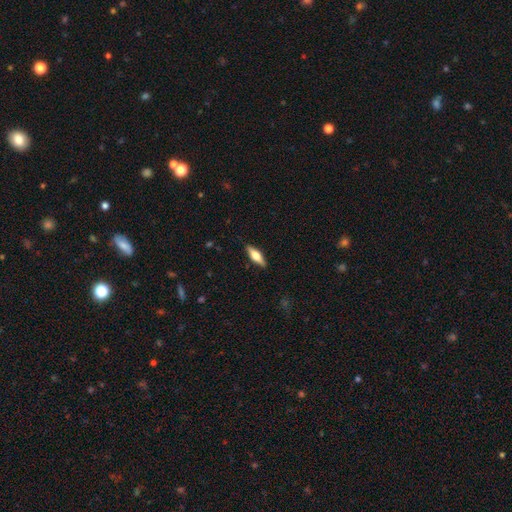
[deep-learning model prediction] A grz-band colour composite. It shows a smooth galaxy with no disk features (47%, tied with featured or disk). Merging: none (89%).